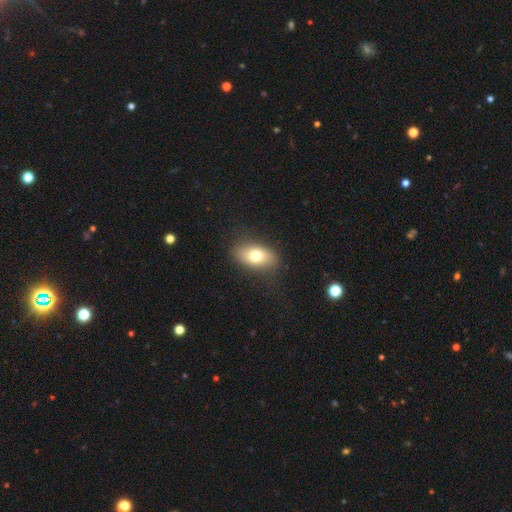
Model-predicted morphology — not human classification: Overall: smooth (75%). How rounded: in between (88%). Merging: none (83%).